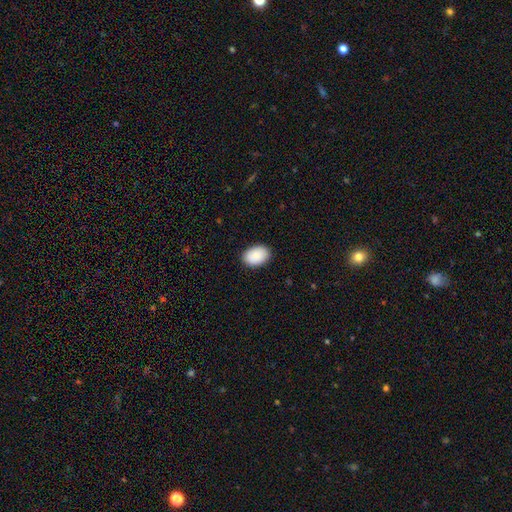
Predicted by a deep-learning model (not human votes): The model was most divided on "how rounded": in between: 86%, round: 13%, cigar-shaped: 1%. More confident: smooth or featured — smooth (90%); merging — none (89%).